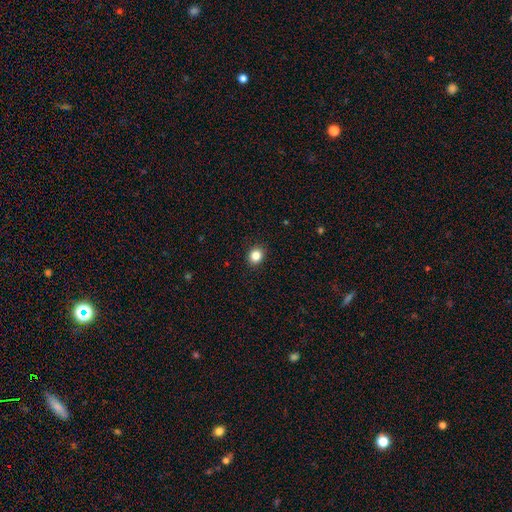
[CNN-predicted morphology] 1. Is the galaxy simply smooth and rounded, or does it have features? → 84% smooth, 11% star or artifact, 4% featured or disk.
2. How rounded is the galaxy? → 73% round, 26% in between, 1% cigar-shaped.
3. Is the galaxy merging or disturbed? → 91% none, 6% minor disturbance, 2% major disturbance, 1% merger.